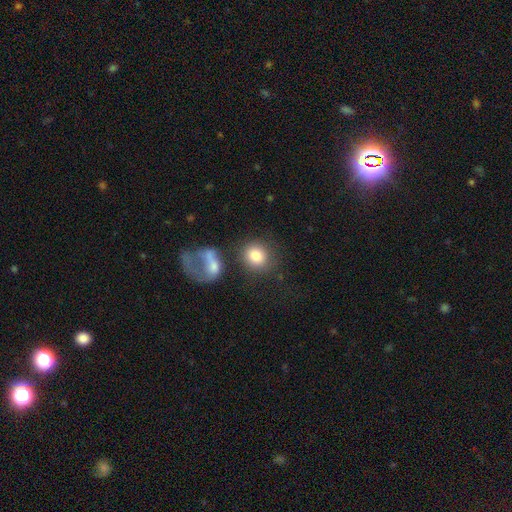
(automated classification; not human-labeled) This appears to be a smooth galaxy with no disk features (83%) that is round (79%). Merging: none (60%).